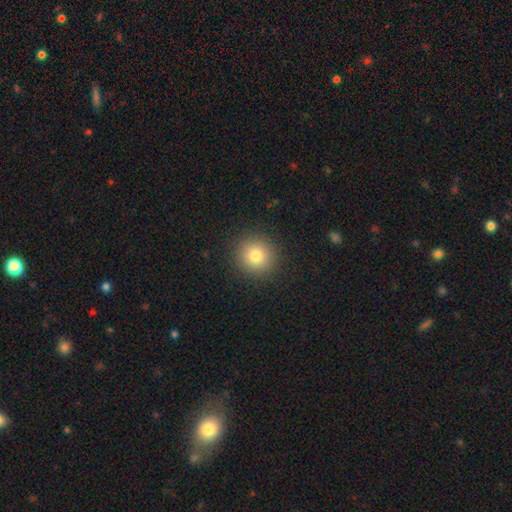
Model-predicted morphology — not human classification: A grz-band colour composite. It shows a smooth galaxy with no disk features (81%) that is round (93%). Merging: none (91%).